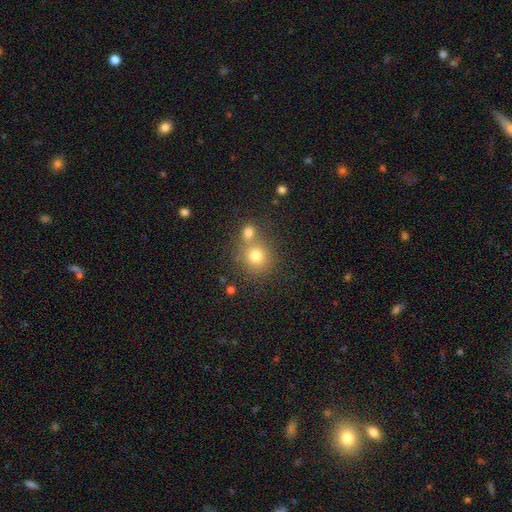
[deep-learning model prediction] The model was most divided on "merging": none: 51%, merger: 37%, minor disturbance: 8%, major disturbance: 3%. More confident: how rounded — round (84%); smooth or featured — smooth (76%).